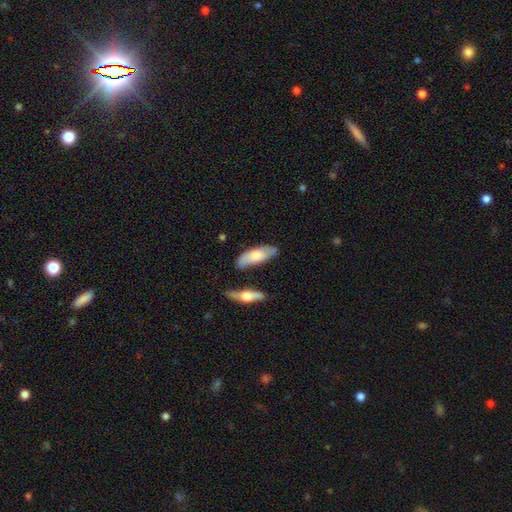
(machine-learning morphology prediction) This is likely a smooth galaxy (66%). How rounded: likely in between (69%). Merging: likely none (67%).